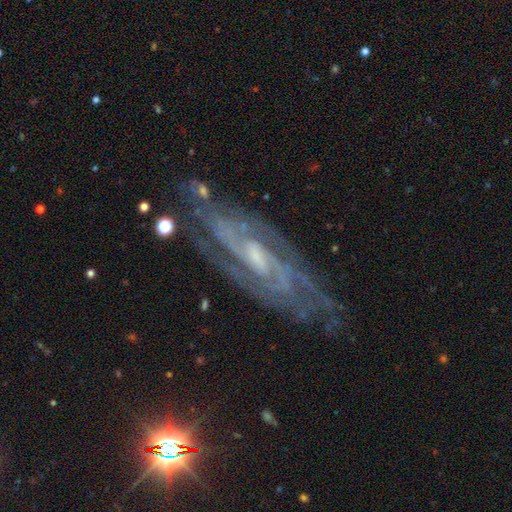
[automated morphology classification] A featured or disk galaxy (85%) with a weak bar (46%), 2 (32%) tight (56%) spiral arms (96%) and a small central bulge (58%).

Vote fractions:
- Smooth or featured? featured or disk: 85% / star or artifact: 9% / smooth: 6%
- Edge-on disk? no: 88% / yes: 12%
- Bar? weak: 46% / no: 37% / strong: 17%
- Spiral arms? yes: 96% / no: 4%
- Spiral winding? tight: 56% / medium: 36% / loose: 8%
- Spiral arm count? 2: 32% / can't tell: 30% / 3: 16% / 4: 10% / more than 4: 6% / 1: 6%
- Bulge size? small: 58% / moderate: 33% / none: 6% / large: 2% / dominant: 1%
- Merging? none: 76% / minor disturbance: 16% / major disturbance: 6% / merger: 2%